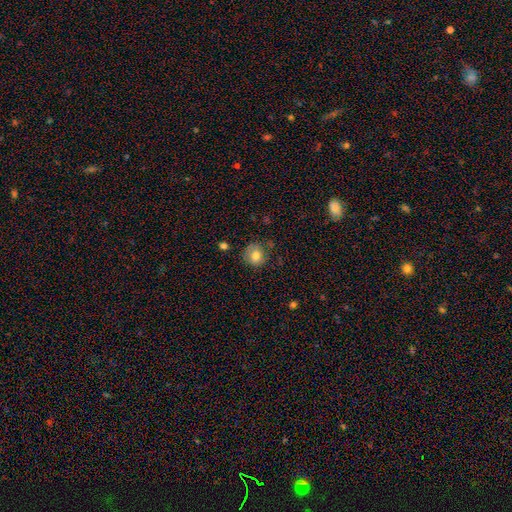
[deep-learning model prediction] This is likely a smooth galaxy (78%). How rounded: clearly round (84%). Merging: likely none (76%).